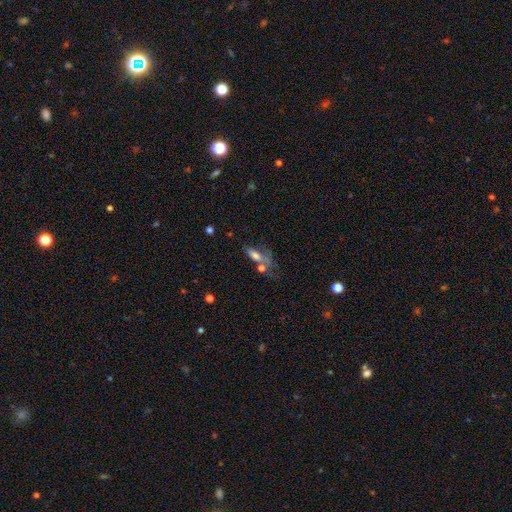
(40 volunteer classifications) Morphology: type=smooth (65%); roundness=in between (73%); merging=minor disturbance (36%).